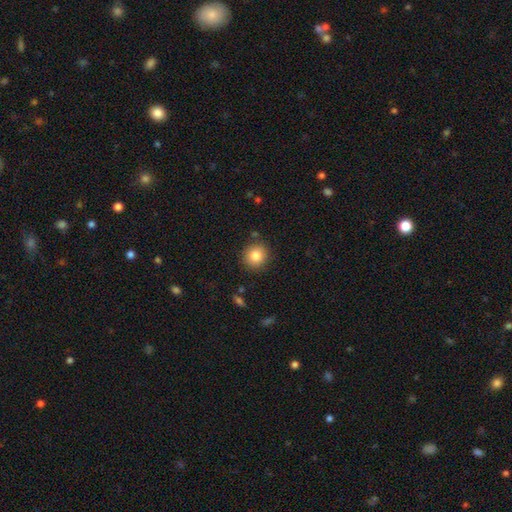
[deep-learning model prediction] The model was most divided on "smooth or featured": smooth: 82%, star or artifact: 10%, featured or disk: 8%. More confident: how rounded — round (91%); merging — none (87%).